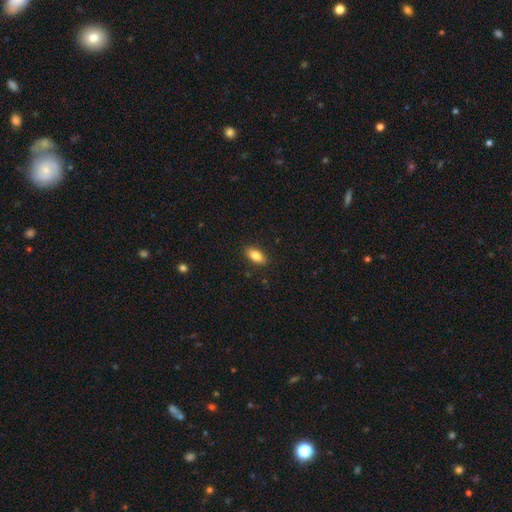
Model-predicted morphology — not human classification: Smooth or featured?
  - smooth: 83% *
  - featured or disk: 10%
  - star or artifact: 7%
How rounded?
  - in between: 85% *
  - cigar-shaped: 12%
  - round: 3%
Merging?
  - none: 89% *
  - minor disturbance: 8%
  - major disturbance: 2%
  - merger: 1%